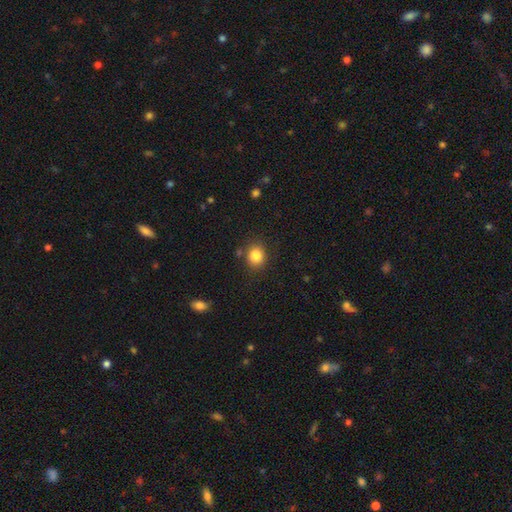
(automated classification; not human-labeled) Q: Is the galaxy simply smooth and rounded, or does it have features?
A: smooth — 84%.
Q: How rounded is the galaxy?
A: round — 68%.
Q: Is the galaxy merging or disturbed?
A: none — 82%.